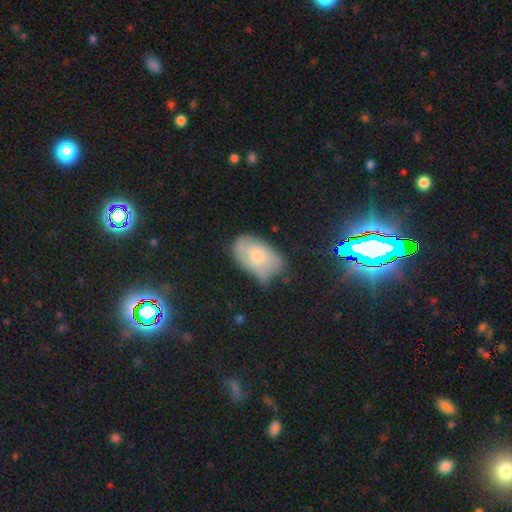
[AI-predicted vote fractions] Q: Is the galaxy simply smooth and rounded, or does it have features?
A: smooth — 44%.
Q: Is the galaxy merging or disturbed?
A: none — 57%.